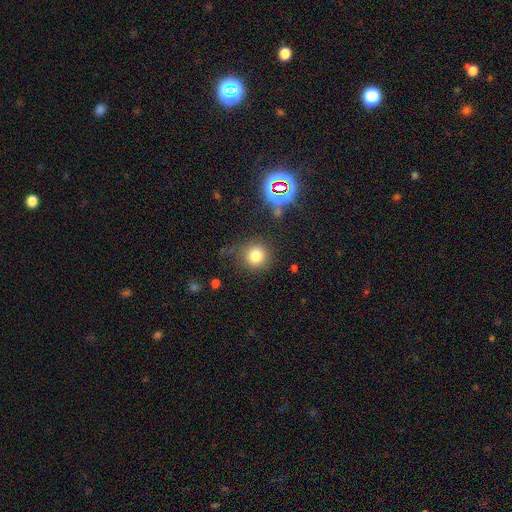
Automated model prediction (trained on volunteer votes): smooth 77%, star or artifact 15%, featured or disk 8%. Down the decision tree: how rounded — round (90%); merging — none (76%).